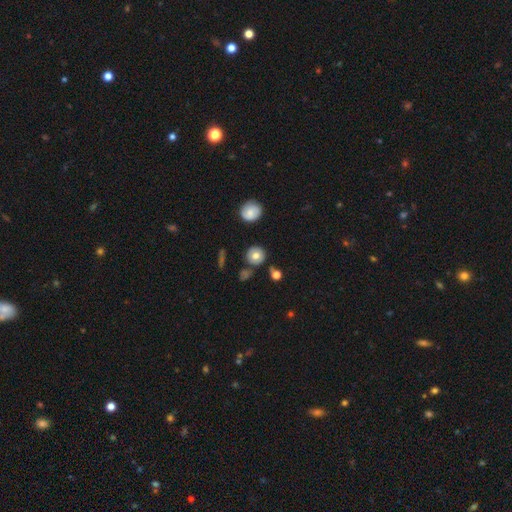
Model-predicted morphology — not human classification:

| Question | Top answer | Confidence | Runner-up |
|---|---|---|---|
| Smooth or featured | smooth | 75% | featured or disk (15%) |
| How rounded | round | 91% | in between (8%) |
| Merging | none | 81% | minor disturbance (11%) |